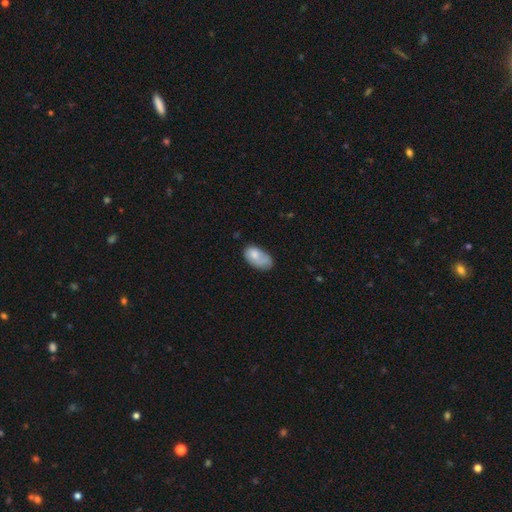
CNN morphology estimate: The model was most divided on "merging": none: 43%, minor disturbance: 37%, major disturbance: 16%, merger: 5%. More confident: how rounded — in between (93%); smooth or featured — smooth (72%).